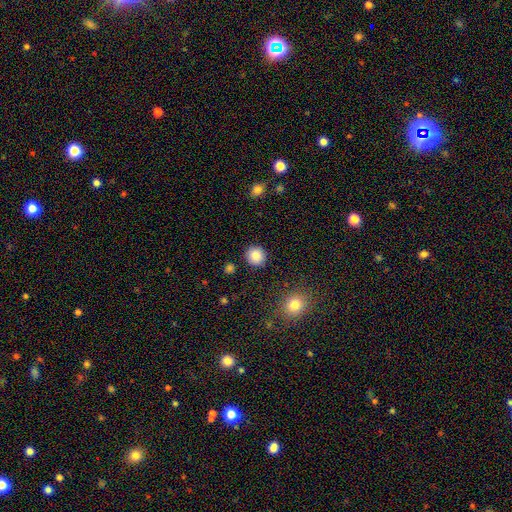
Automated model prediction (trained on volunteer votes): This appears to be a smooth galaxy with no disk features (87%) that is round (92%). Merging: none (90%).